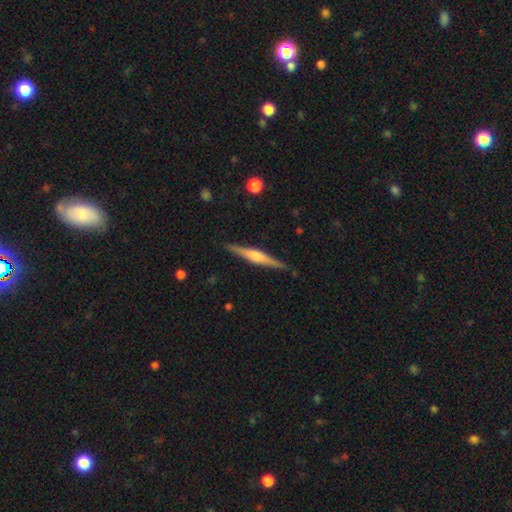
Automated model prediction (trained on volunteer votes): Smooth or featured: featured or disk — 75% (smooth — 20%)
Edge-on disk: yes — 98% (no — 2%)
Edge-on bulge: rounded — 76% (boxy — 17%)
Merging: none — 91% (minor disturbance — 7%)